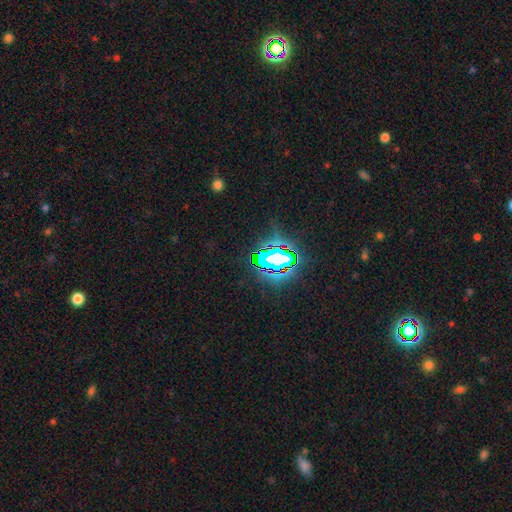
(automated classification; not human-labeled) A star or artifact, not a galaxy (81%).

Vote fractions:
- Smooth or featured? star or artifact: 81% / smooth: 11% / featured or disk: 8%